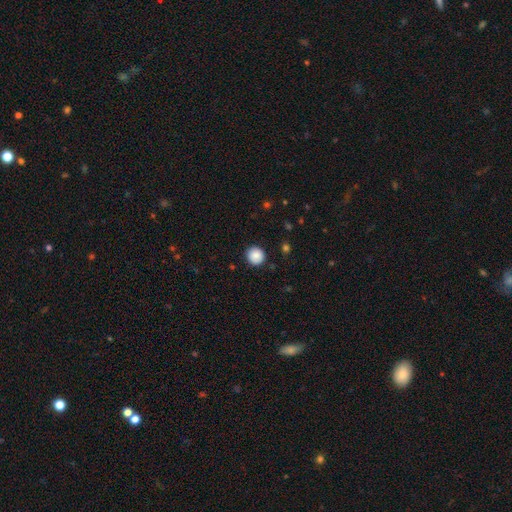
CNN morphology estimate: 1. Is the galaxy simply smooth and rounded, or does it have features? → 87% smooth, 8% star or artifact, 5% featured or disk.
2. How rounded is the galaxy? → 94% round, 5% in between, 1% cigar-shaped.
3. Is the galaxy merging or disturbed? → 91% none, 6% minor disturbance, 2% major disturbance, 1% merger.